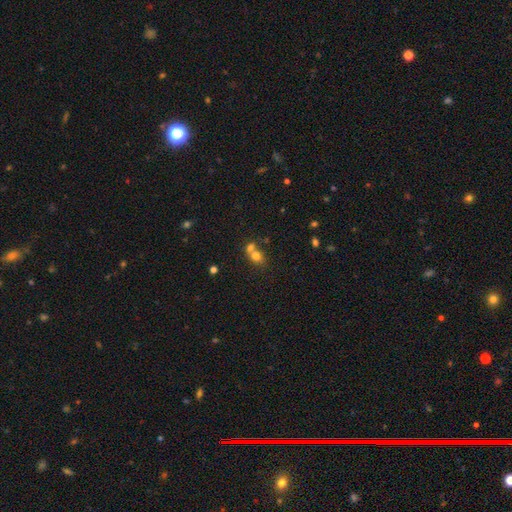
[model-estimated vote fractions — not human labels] Smooth or featured? smooth (73%)
How rounded? round (58%)
Merging? merger (56%)